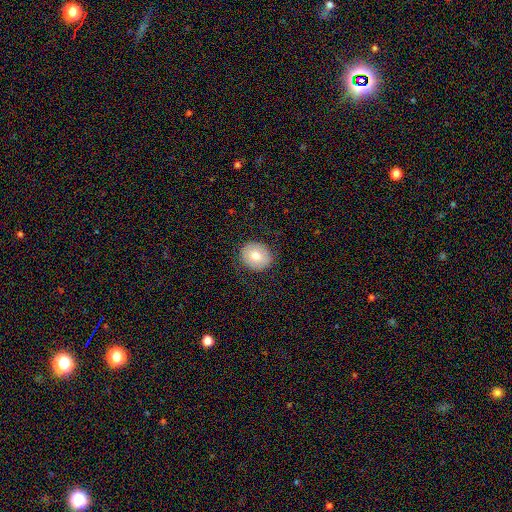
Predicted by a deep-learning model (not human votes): The model was most divided on "how rounded": round: 72%, in between: 27%, cigar-shaped: 1%. More confident: merging — none (83%); smooth or featured — smooth (74%).